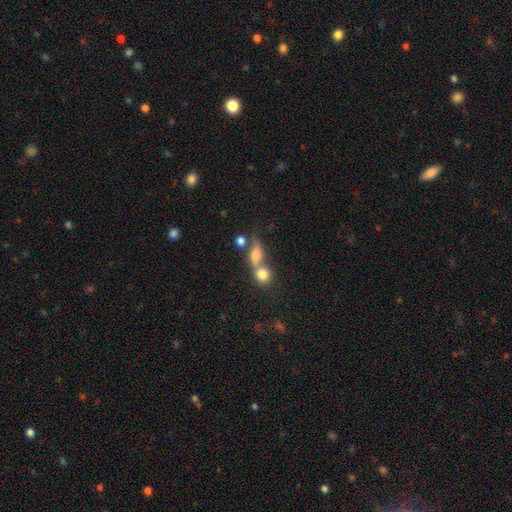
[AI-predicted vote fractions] smooth_or_featured: smooth (p=0.68) [alt: featured or disk p=0.18]
how_rounded: in between (p=0.56) [alt: round p=0.32]
merging: merger (p=0.53) [alt: none p=0.31]